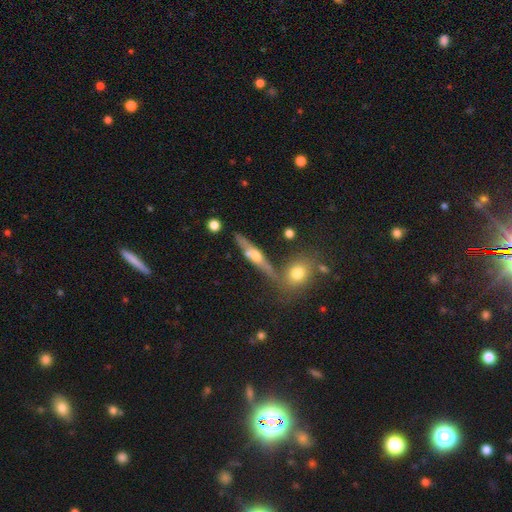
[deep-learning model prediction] This appears to be a featured or disk galaxy (56%) viewed edge-on (83%). Merging: none (63%).